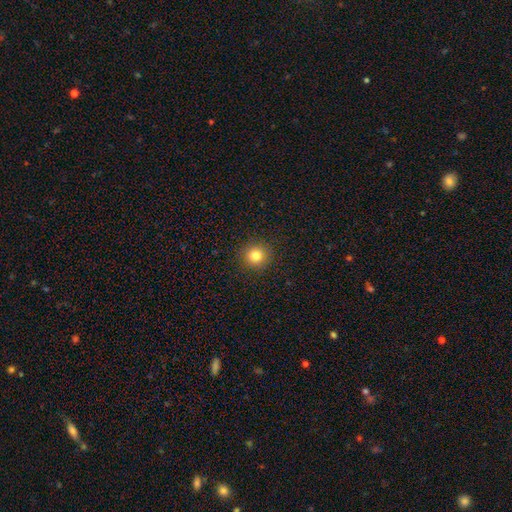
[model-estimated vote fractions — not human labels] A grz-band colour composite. It shows a smooth galaxy with no disk features (81%) that is round (93%). Merging: none (92%).